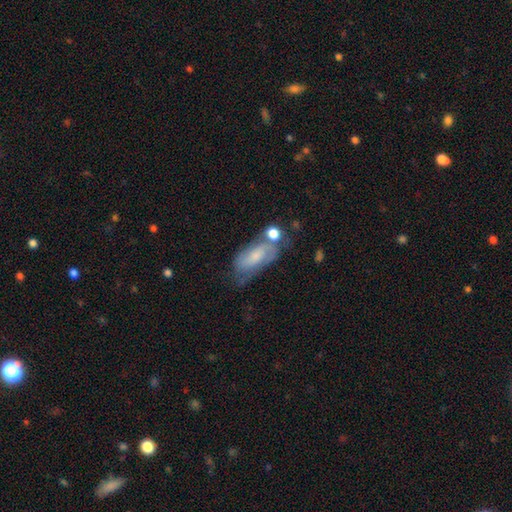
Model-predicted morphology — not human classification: smooth_or_featured: featured or disk (p=0.51) [alt: smooth p=0.39]
disk_edge_on: no (p=0.88) [alt: yes p=0.12]
merging: none (p=0.42) [alt: minor disturbance p=0.26]